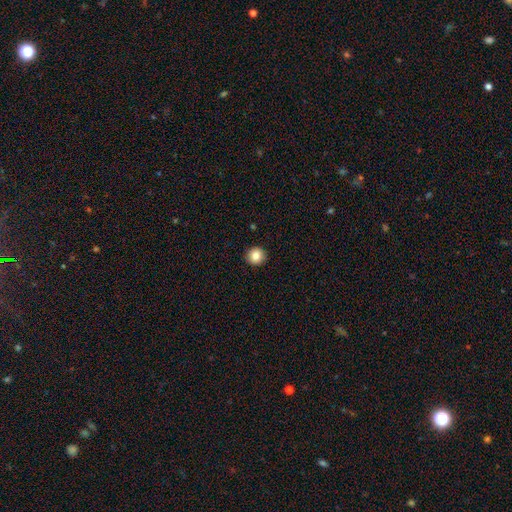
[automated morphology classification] Smooth or featured: smooth — 85% (star or artifact — 9%)
How rounded: round — 94% (in between — 5%)
Merging: none — 93% (minor disturbance — 4%)